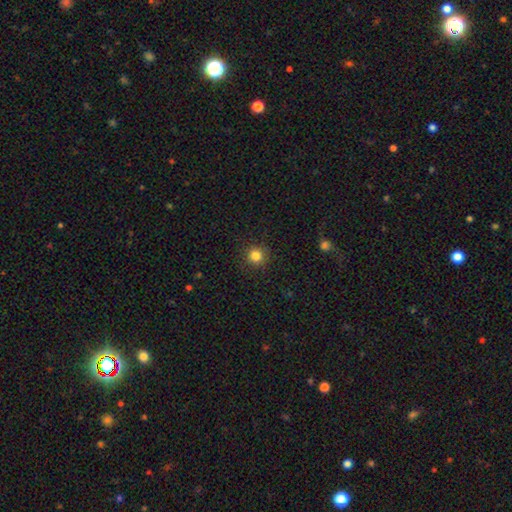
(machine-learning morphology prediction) Smooth or featured: smooth — 83% (star or artifact — 13%)
How rounded: round — 94% (in between — 5%)
Merging: none — 90% (minor disturbance — 6%)